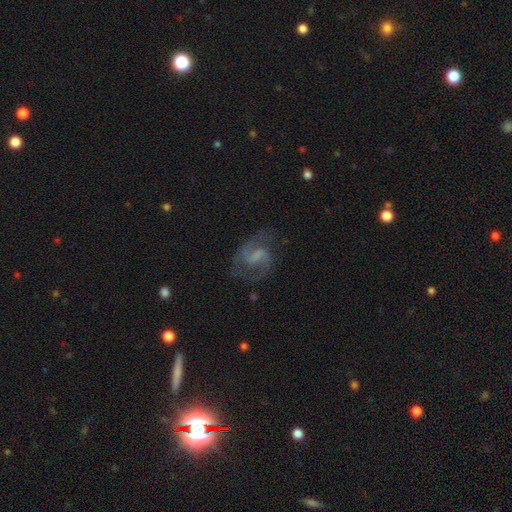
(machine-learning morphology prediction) Smooth or featured? featured or disk (79%)
Edge-on disk? no (97%)
Bar? weak (54%)
Spiral arms? yes (93%)
Spiral winding? medium (54%)
Spiral arm count? 2 (85%)
Bulge size? none (48%)
Merging? none (66%)